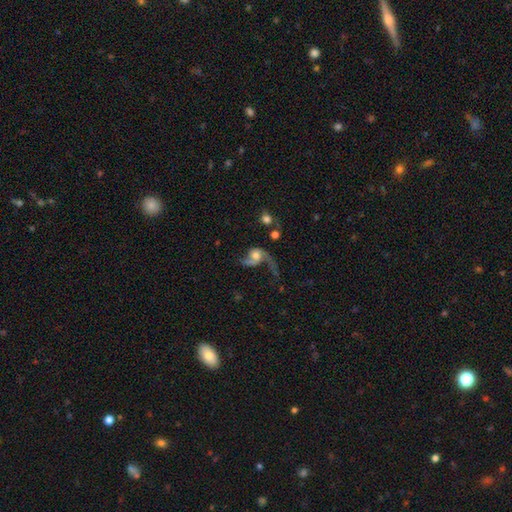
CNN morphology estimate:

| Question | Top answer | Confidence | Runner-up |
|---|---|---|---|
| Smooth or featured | featured or disk | 76% | smooth (16%) |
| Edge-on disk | no | 97% | yes (3%) |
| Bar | no | 72% | weak (23%) |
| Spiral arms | yes | 92% | no (8%) |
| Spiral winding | loose | 79% | medium (17%) |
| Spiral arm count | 2 | 71% | 1 (23%) |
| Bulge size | moderate | 53% | small (21%) |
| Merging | none | 37% | major disturbance (36%) |